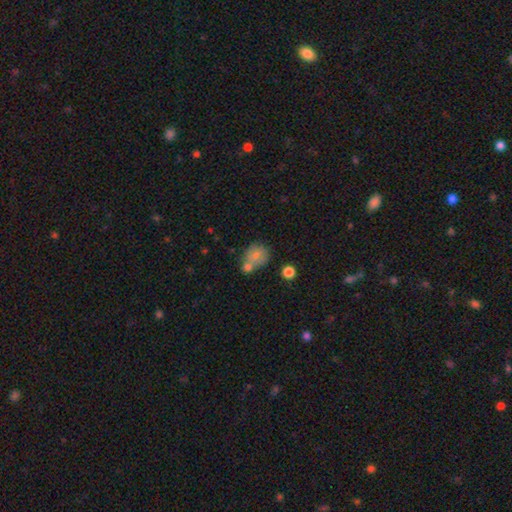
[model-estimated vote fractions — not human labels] Smooth or featured: smooth — 76% (featured or disk — 14%)
How rounded: round — 64% (in between — 35%)
Merging: none — 39% (merger — 38%)